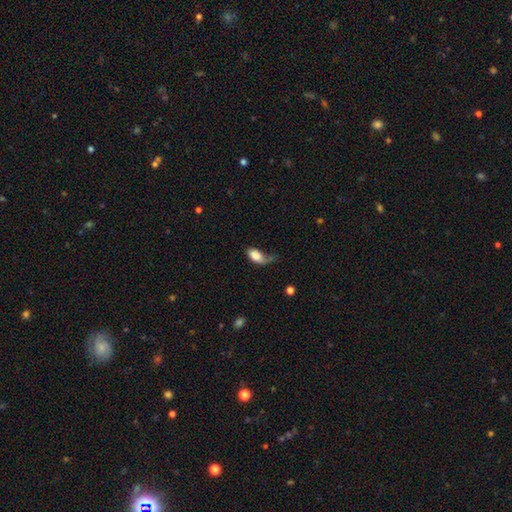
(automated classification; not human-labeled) smooth-or-featured: smooth: 78% | featured or disk: 15% | star or artifact: 7%
  how-rounded: in between: 91% | round: 6% | cigar-shaped: 3%
  merging: major disturbance: 35% | minor disturbance: 30% | none: 29% | merger: 7%